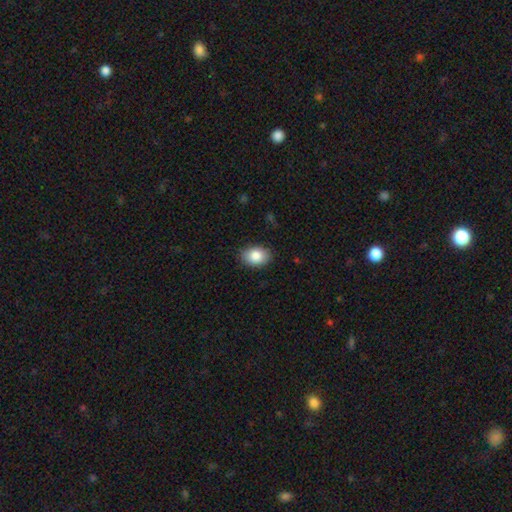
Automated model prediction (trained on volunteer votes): Morphology: type=smooth (86%); roundness=in between (77%); merging=none (87%).